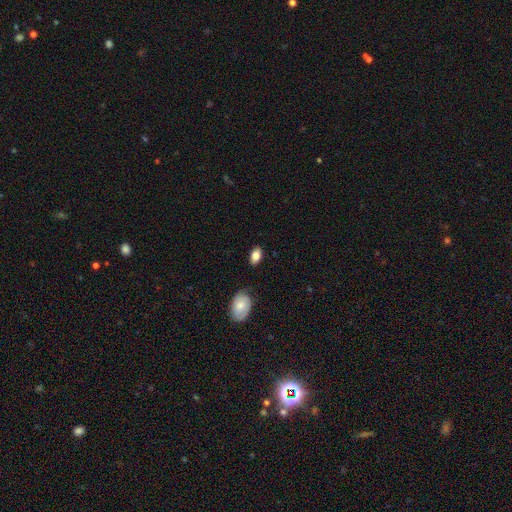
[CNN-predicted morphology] smooth-or-featured: smooth: 82% | featured or disk: 11% | star or artifact: 7%
  how-rounded: in between: 91% | round: 6% | cigar-shaped: 3%
  merging: none: 83% | minor disturbance: 13% | major disturbance: 2% | merger: 2%